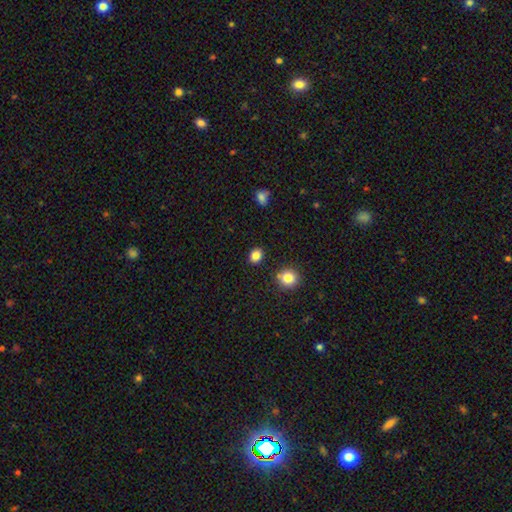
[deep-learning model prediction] A smooth galaxy with no disk features (85%) that is round (55%). Merging: none (86%).